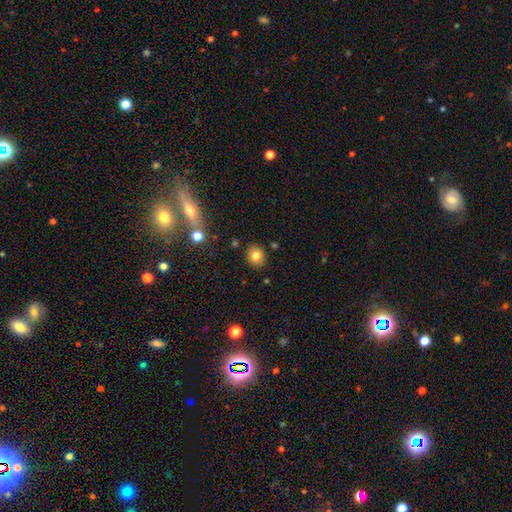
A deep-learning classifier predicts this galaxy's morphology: Smooth or featured? smooth (79%)
How rounded? round (71%)
Merging? none (86%)